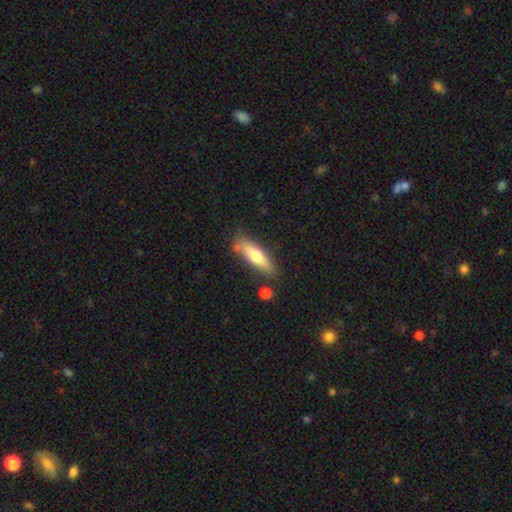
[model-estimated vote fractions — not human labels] smooth 60%, featured or disk 34%, star or artifact 6%. Down the decision tree: how rounded — cigar-shaped (57%); merging — none (75%).